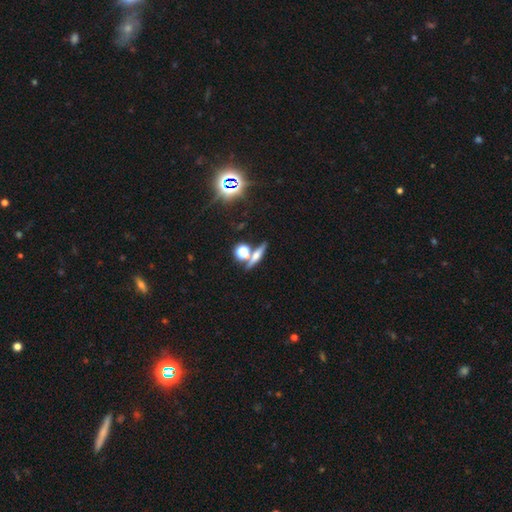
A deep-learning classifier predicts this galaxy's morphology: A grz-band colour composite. It shows a featured or disk galaxy (41%). Merging: none (69%).